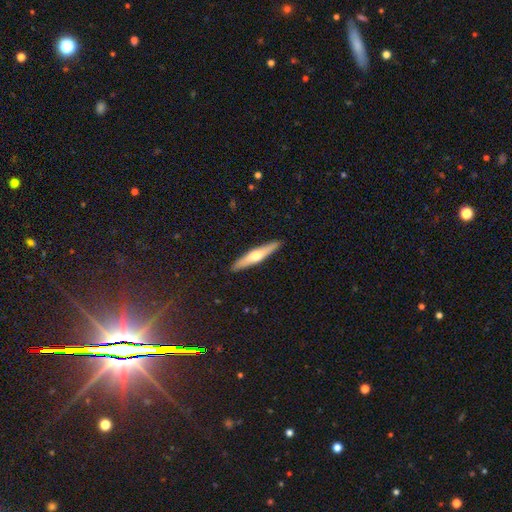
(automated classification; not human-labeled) Smooth or featured?
  - featured or disk: 58% *
  - smooth: 37%
  - star or artifact: 5%
Edge-on disk?
  - yes: 96% *
  - no: 4%
Edge-on bulge?
  - rounded: 90% *
  - none: 6%
  - boxy: 4%
Merging?
  - none: 91% *
  - minor disturbance: 6%
  - major disturbance: 1%
  - merger: 1%